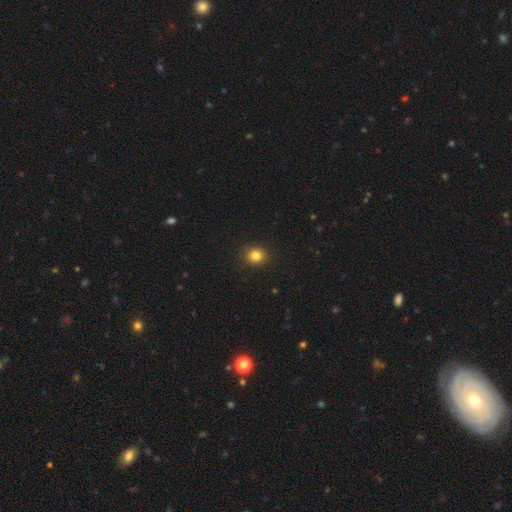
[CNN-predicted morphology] smooth 83%, star or artifact 12%, featured or disk 5%. Down the decision tree: how rounded — round (79%); merging — none (91%).